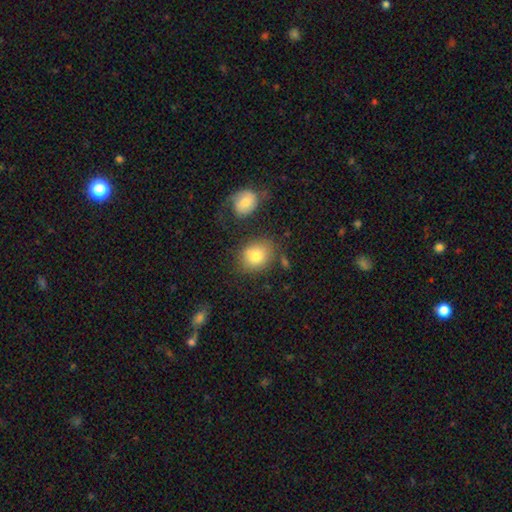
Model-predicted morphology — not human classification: This is likely a smooth galaxy (79%). How rounded: likely round (60%). Merging: likely none (71%).